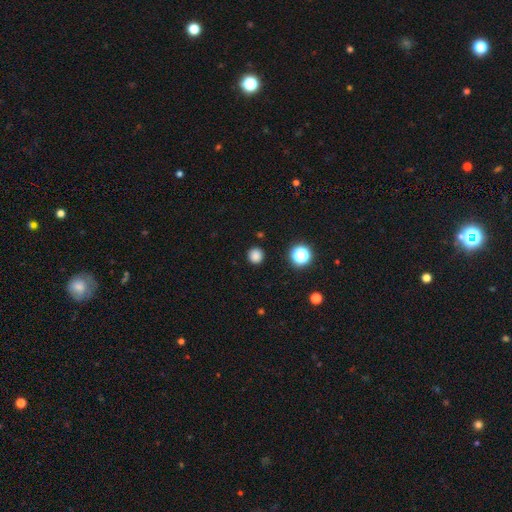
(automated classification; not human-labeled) A smooth galaxy with no disk features (83%) that is round (93%). Merging: none (91%).